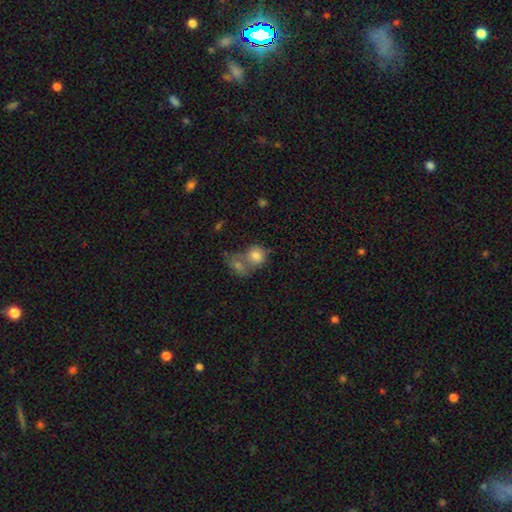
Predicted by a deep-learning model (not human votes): A smooth galaxy with no disk features (78%) that is round (66%).

Vote fractions:
- Smooth or featured? smooth: 78% / featured or disk: 13% / star or artifact: 9%
- How rounded? round: 66% / in between: 33% / cigar-shaped: 1%
- Merging? merger: 58% / none: 26% / minor disturbance: 9% / major disturbance: 6%